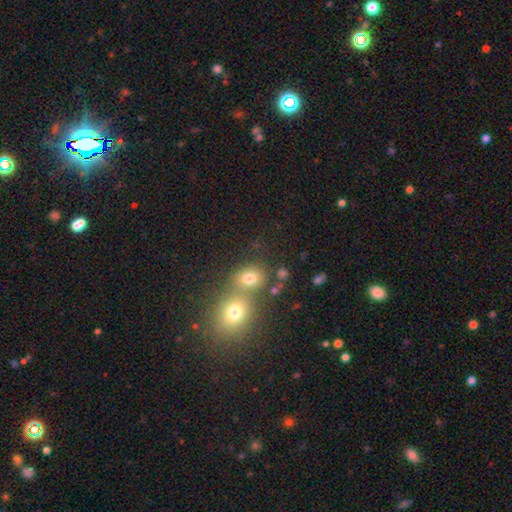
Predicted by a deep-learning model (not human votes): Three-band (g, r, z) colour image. It shows a smooth galaxy with no disk features (55%) that is round (72%). Merging: merger (46%).